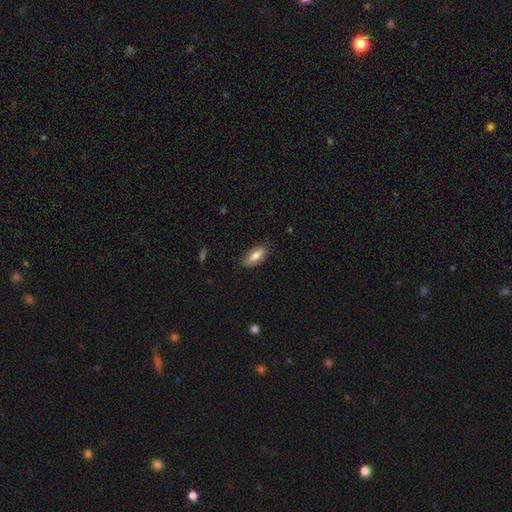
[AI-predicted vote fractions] The model was most divided on "smooth or featured": smooth: 78%, featured or disk: 15%, star or artifact: 7%. More confident: how rounded — in between (84%); merging — none (83%).